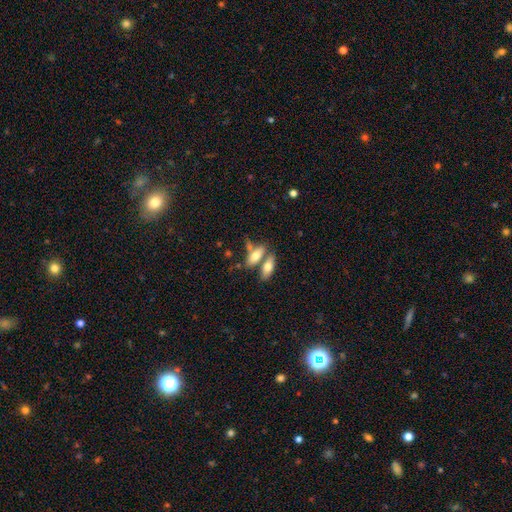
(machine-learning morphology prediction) smooth-or-featured: smooth: 68% | featured or disk: 25% | star or artifact: 7%
  how-rounded: in between: 66% | cigar-shaped: 31% | round: 3%
  merging: none: 42% (tied) | merger: 42% (tied) | minor disturbance: 11% | major disturbance: 5%